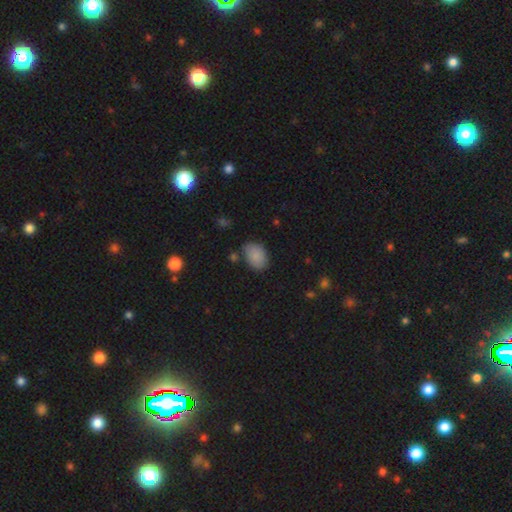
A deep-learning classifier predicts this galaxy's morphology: Smooth or featured: smooth — 87% (star or artifact — 8%)
How rounded: in between — 83% (round — 16%)
Merging: none — 75% (minor disturbance — 17%)